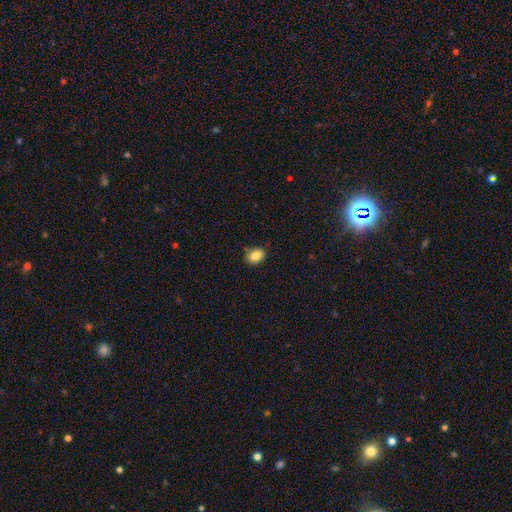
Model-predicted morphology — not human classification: A smooth galaxy with no disk features (86%) that is in between round and cigar-shaped (65%).

Vote fractions:
- Smooth or featured? smooth: 86% / star or artifact: 9% / featured or disk: 5%
- How rounded? in between: 65% / round: 34% / cigar-shaped: 1%
- Merging? none: 86% / minor disturbance: 11% / major disturbance: 2% / merger: 1%